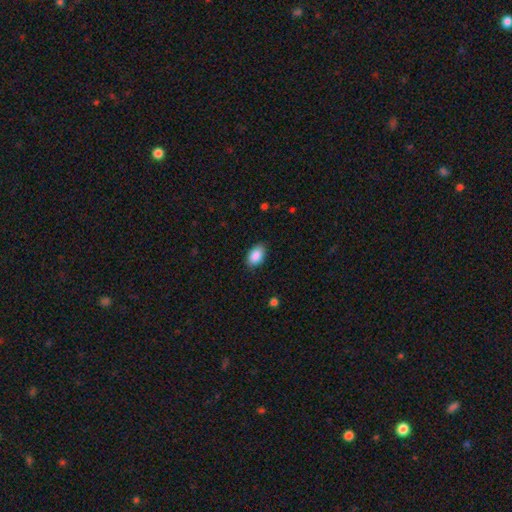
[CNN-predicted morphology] Smooth or featured? smooth (89%)
How rounded? in between (92%)
Merging? none (85%)